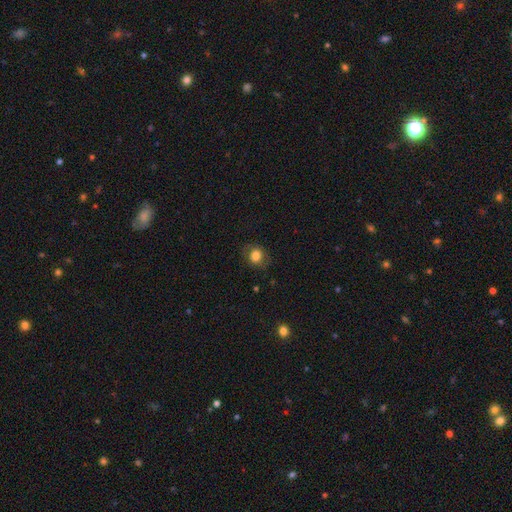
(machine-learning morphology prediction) A smooth galaxy with no disk features (79%) that is round (64%).

Vote fractions:
- Smooth or featured? smooth: 79% / featured or disk: 11% / star or artifact: 10%
- How rounded? round: 64% / in between: 35% / cigar-shaped: 1%
- Merging? none: 78% / minor disturbance: 15% / major disturbance: 6% / merger: 1%